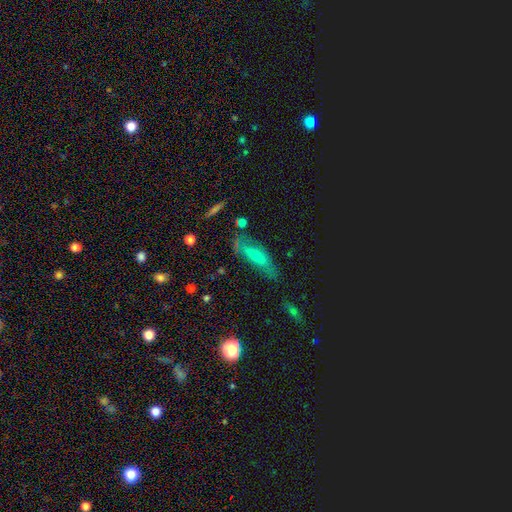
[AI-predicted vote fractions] This appears to be a featured or disk galaxy (48%). Merging: none (60%).